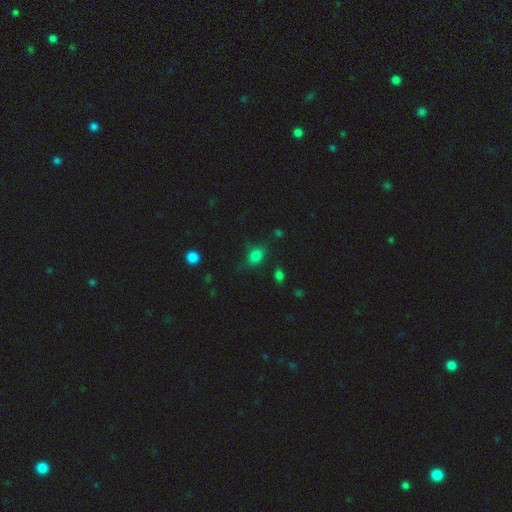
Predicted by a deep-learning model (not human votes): Smooth or featured? smooth (80%)
How rounded? in between (63%)
Merging? none (71%)